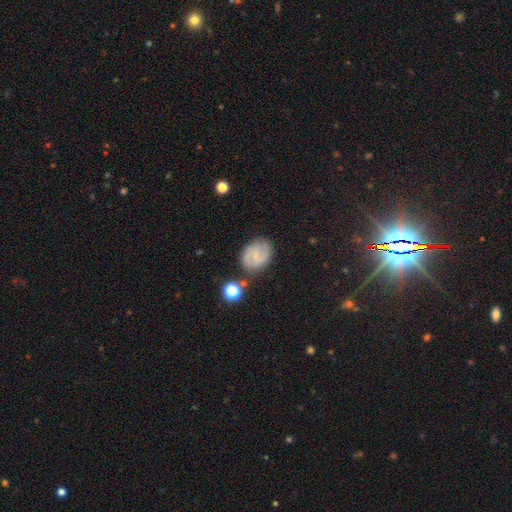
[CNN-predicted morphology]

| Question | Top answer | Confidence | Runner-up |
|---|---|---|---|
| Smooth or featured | featured or disk | 66% | smooth (26%) |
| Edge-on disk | no | 98% | yes (2%) |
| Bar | weak | 50% | no (38%) |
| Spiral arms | yes | 92% | no (8%) |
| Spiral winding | medium | 48% | tight (35%) |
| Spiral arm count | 2 | 80% | can't tell (10%) |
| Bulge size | small | 65% | none (22%) |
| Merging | none | 75% | minor disturbance (16%) |